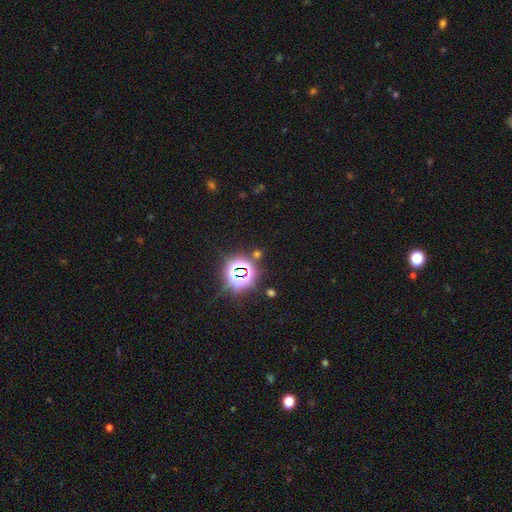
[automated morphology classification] Overall: star or artifact (78%).